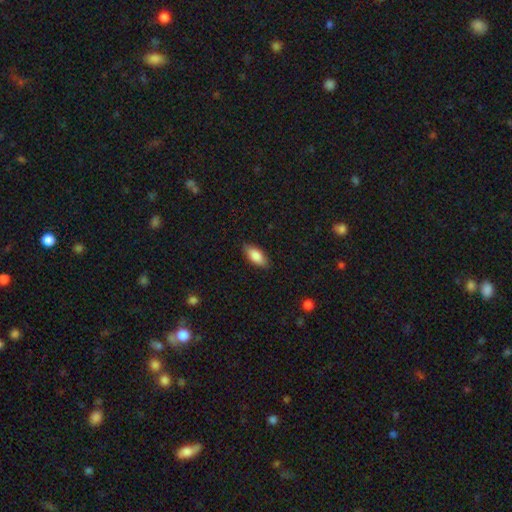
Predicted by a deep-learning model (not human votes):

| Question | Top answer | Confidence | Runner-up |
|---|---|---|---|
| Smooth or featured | smooth | 86% | featured or disk (8%) |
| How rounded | in between | 86% | cigar-shaped (12%) |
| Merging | none | 87% | minor disturbance (10%) |